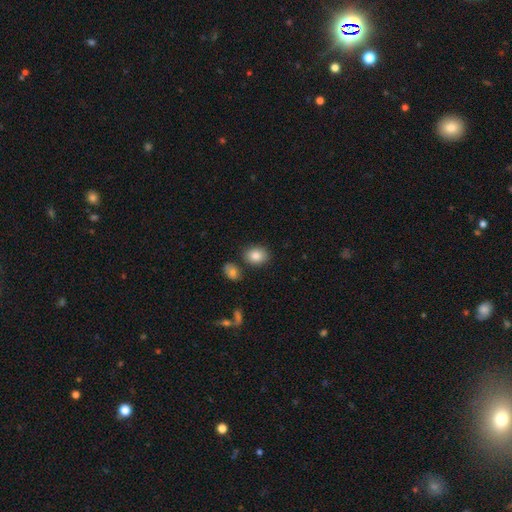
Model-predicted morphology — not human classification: Smooth or featured: smooth — 84% (star or artifact — 8%)
How rounded: in between — 60% (round — 39%)
Merging: none — 80% (minor disturbance — 10%)